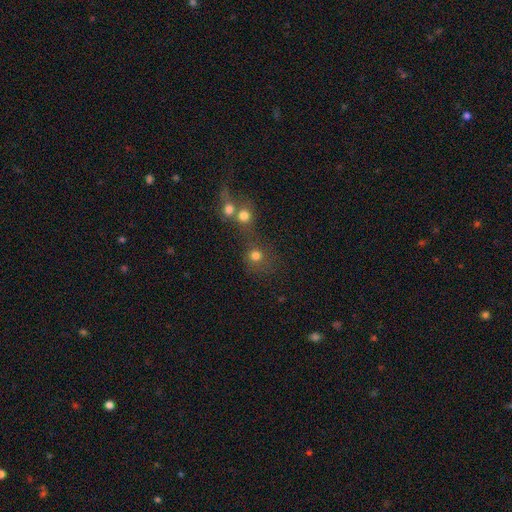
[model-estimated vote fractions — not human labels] Smooth or featured? Predicted: smooth (p=0.75). How rounded? Predicted: round (p=0.88). Merging? Predicted: none (p=0.49).